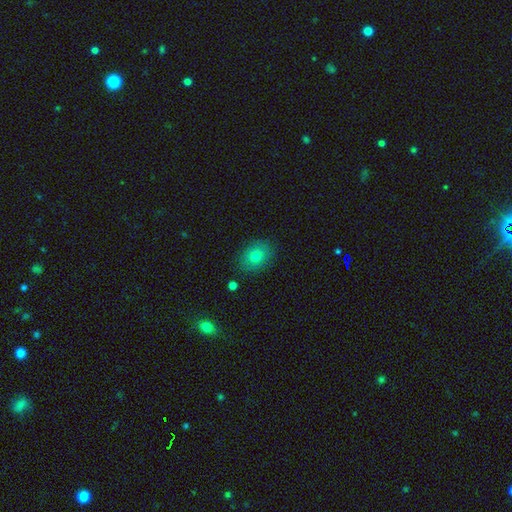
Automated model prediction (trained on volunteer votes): smooth-or-featured: smooth: 78% | featured or disk: 12% | star or artifact: 10%
  how-rounded: in between: 60% | round: 39% | cigar-shaped: 1%
  merging: none: 85% | minor disturbance: 10% | major disturbance: 3% | merger: 2%